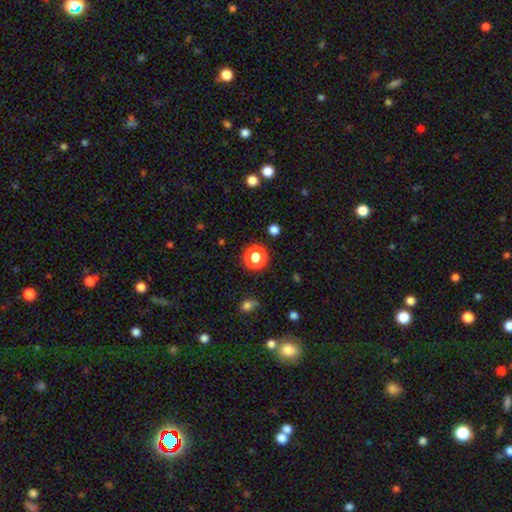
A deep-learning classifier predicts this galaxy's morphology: Smooth or featured: smooth — 83% (star or artifact — 13%)
How rounded: round — 93% (in between — 6%)
Merging: none — 88% (minor disturbance — 7%)